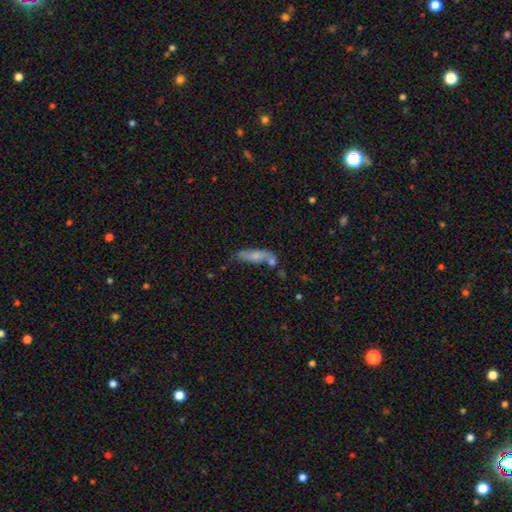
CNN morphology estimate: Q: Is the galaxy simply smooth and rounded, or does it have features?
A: smooth — 61%.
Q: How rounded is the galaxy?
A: cigar-shaped — 55%.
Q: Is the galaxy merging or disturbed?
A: none — 48%.